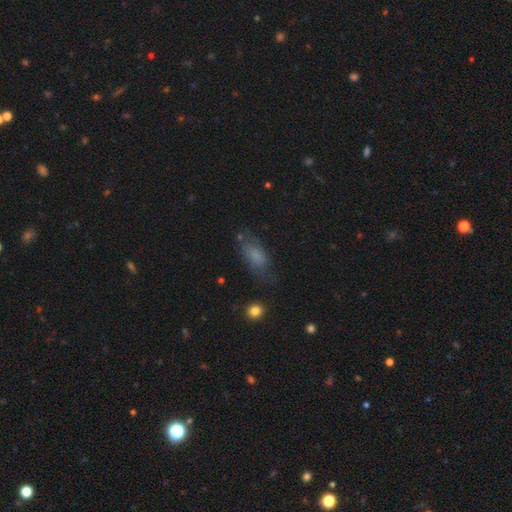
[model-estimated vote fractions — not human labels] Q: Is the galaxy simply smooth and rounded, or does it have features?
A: smooth — 65%.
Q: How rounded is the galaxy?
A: in between — 82%.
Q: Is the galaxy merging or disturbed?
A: none — 62%.